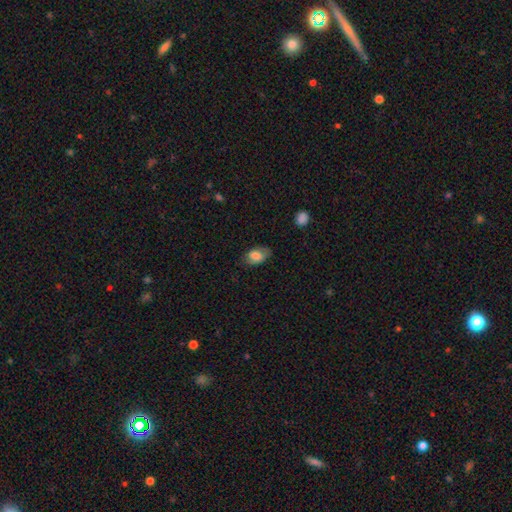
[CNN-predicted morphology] Smooth or featured: smooth — 75% (featured or disk — 17%)
How rounded: in between — 89% (round — 9%)
Merging: none — 68% (minor disturbance — 23%)